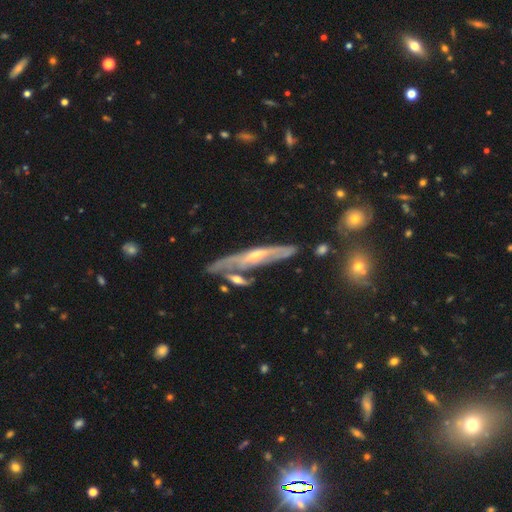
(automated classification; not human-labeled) Smooth or featured?
  - featured or disk: 77% *
  - smooth: 15%
  - star or artifact: 8%
Edge-on disk?
  - yes: 75% *
  - no: 25%
Edge-on bulge?
  - rounded: 72% *
  - none: 23%
  - boxy: 4%
Merging?
  - none: 68% *
  - minor disturbance: 18%
  - merger: 8%
  - major disturbance: 5%